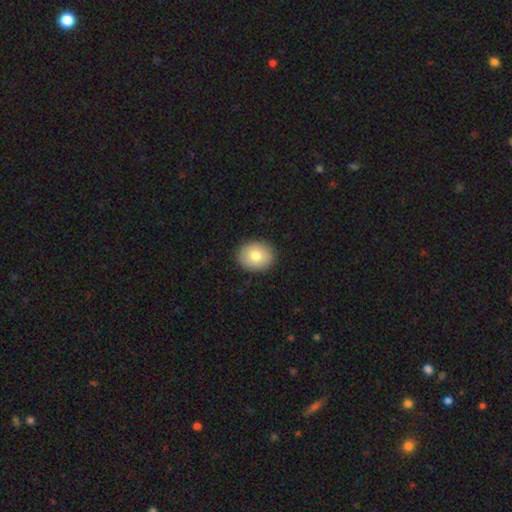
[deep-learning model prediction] Smooth or featured? smooth (79%)
How rounded? round (53%)
Merging? none (90%)